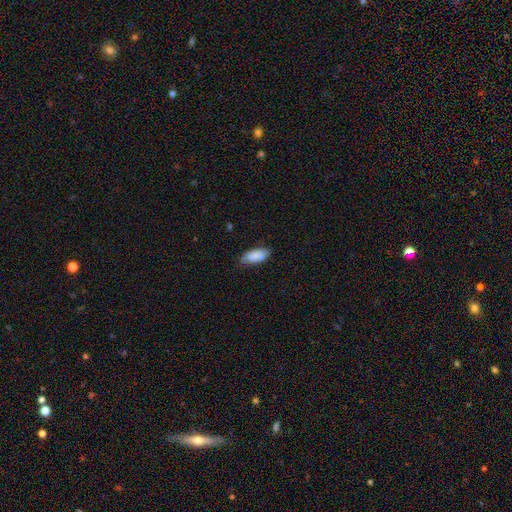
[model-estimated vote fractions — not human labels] Smooth or featured?
  - smooth: 85% *
  - featured or disk: 9%
  - star or artifact: 6%
How rounded?
  - in between: 87% *
  - cigar-shaped: 11%
  - round: 2%
Merging?
  - none: 69% *
  - minor disturbance: 25%
  - major disturbance: 4%
  - merger: 1%